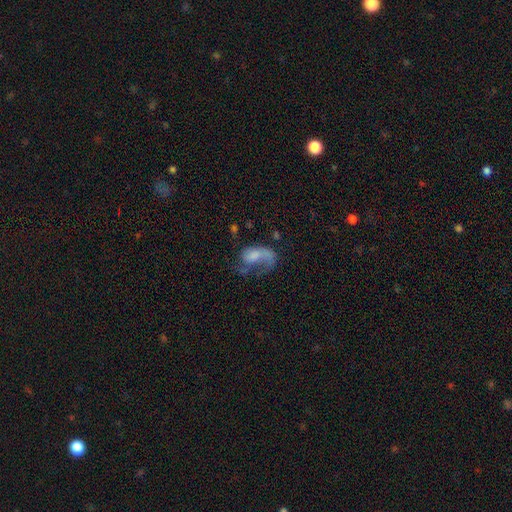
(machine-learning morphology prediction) The model was most divided on "bulge size": none: 37%, moderate: 23%, small: 21%, large: 15%, dominant: 4%. More confident: edge-on disk — no (97%); bar — no (71%); spiral arms — yes (70%); smooth or featured — featured or disk (56%); merging — major disturbance (51%).